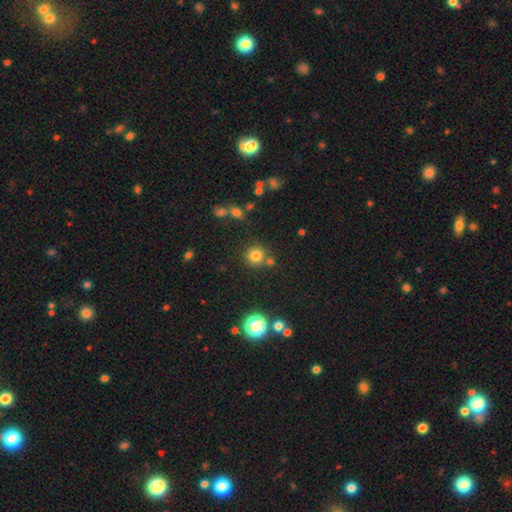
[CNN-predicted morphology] A smooth galaxy with no disk features (78%) that is round (92%). Merging: none (76%).